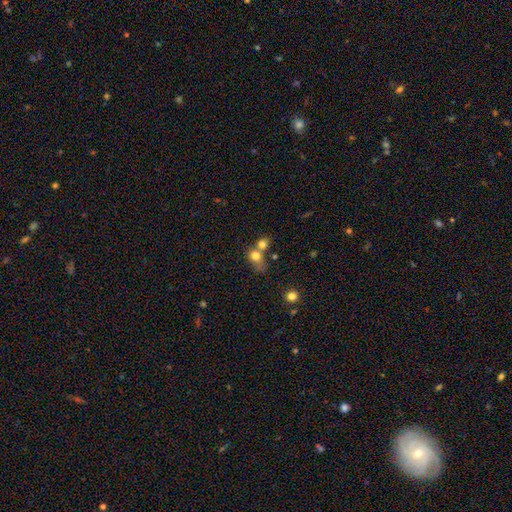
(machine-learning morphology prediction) The model was most divided on "how rounded": round: 64%, in between: 34%, cigar-shaped: 2%. More confident: smooth or featured — smooth (75%); merging — merger (58%).